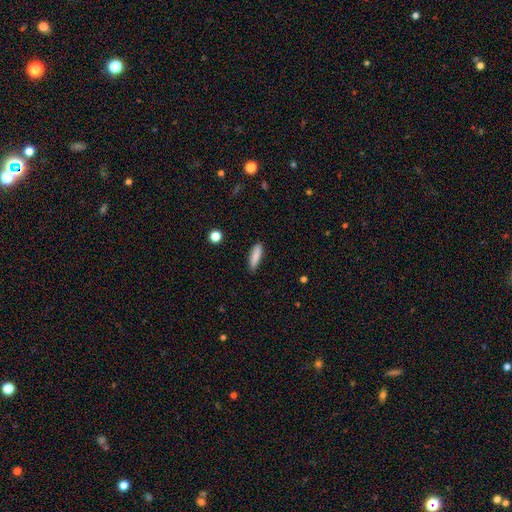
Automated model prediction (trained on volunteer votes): Morphology: type=smooth (85%); roundness=cigar-shaped (69%); merging=none (85%).